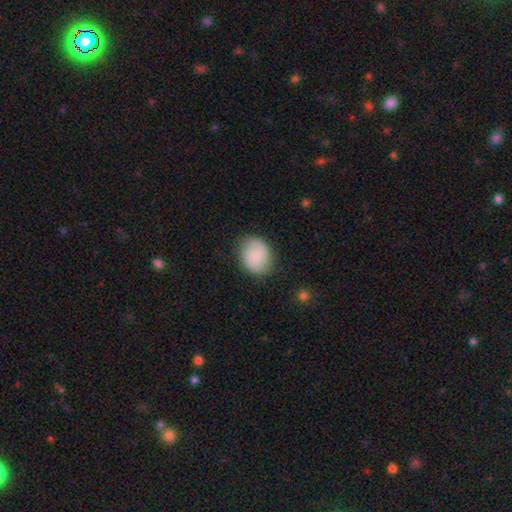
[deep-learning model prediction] The model was most divided on "how rounded": in between: 51%, round: 49%, cigar-shaped: 1%. More confident: merging — none (81%); smooth or featured — smooth (76%).